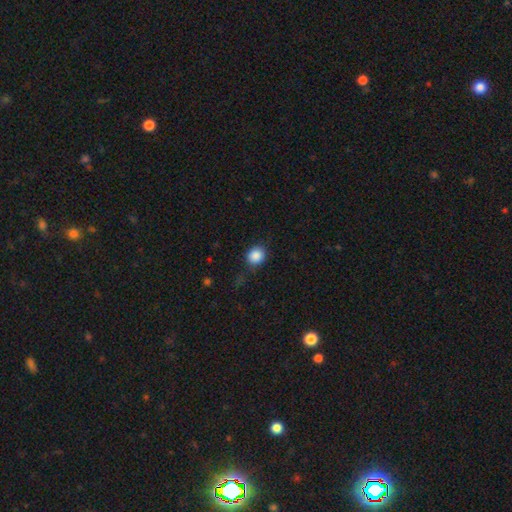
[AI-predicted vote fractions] smooth 87%, star or artifact 9%, featured or disk 4%. Down the decision tree: how rounded — round (75%); merging — none (80%).